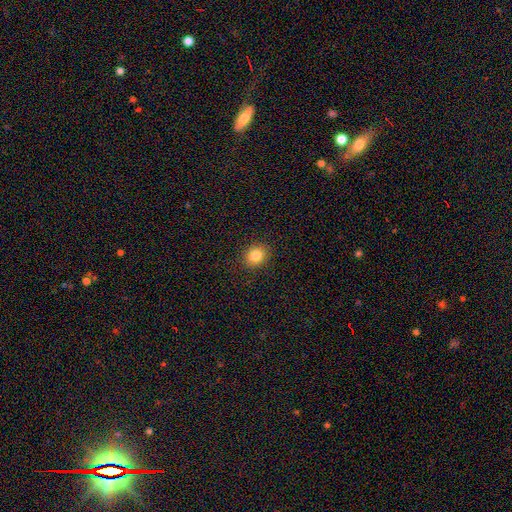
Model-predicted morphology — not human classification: Q: Smooth or featured?
A: smooth (83%); runner-up: star or artifact (11%)
Q: How rounded?
A: round (67%); runner-up: in between (32%)
Q: Merging?
A: none (90%); runner-up: minor disturbance (7%)